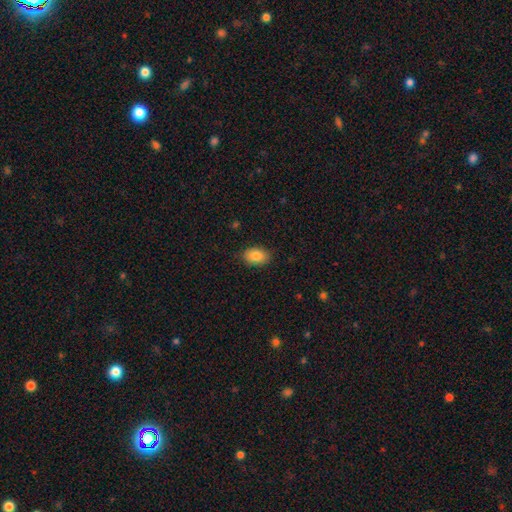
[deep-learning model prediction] A smooth galaxy with no disk features (86%) that is in between round and cigar-shaped (85%).

Vote fractions:
- Smooth or featured? smooth: 86% / star or artifact: 8% / featured or disk: 6%
- How rounded? in between: 85% / round: 14% / cigar-shaped: 1%
- Merging? none: 85% / minor disturbance: 11% / major disturbance: 2% / merger: 1%